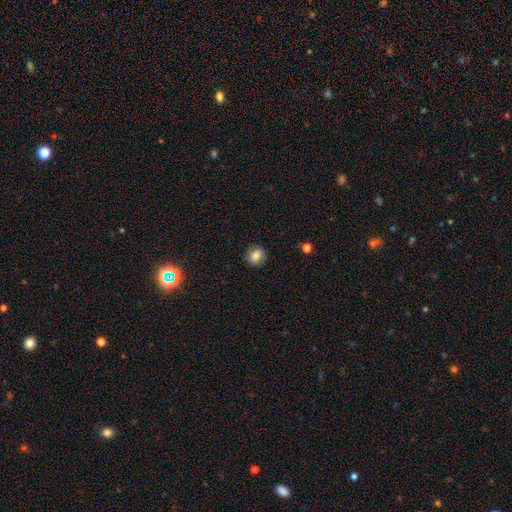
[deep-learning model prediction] A smooth galaxy with no disk features (81%) that is round (75%).

Vote fractions:
- Smooth or featured? smooth: 81% / star or artifact: 10% / featured or disk: 9%
- How rounded? round: 75% / in between: 24% / cigar-shaped: 1%
- Merging? none: 86% / minor disturbance: 11% / major disturbance: 3% / merger: 1%